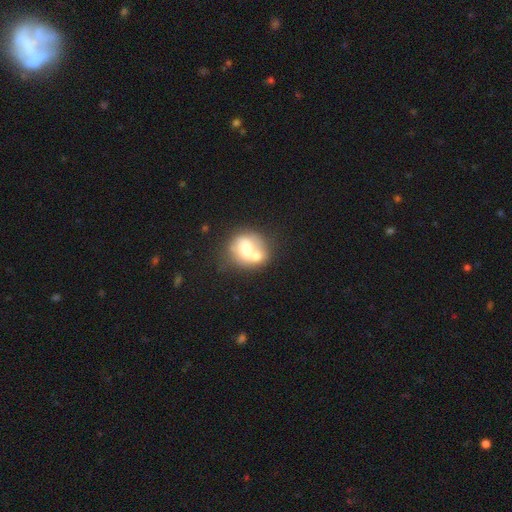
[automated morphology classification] type=smooth (53%); roundness=round (62%); merging=merger (53%).